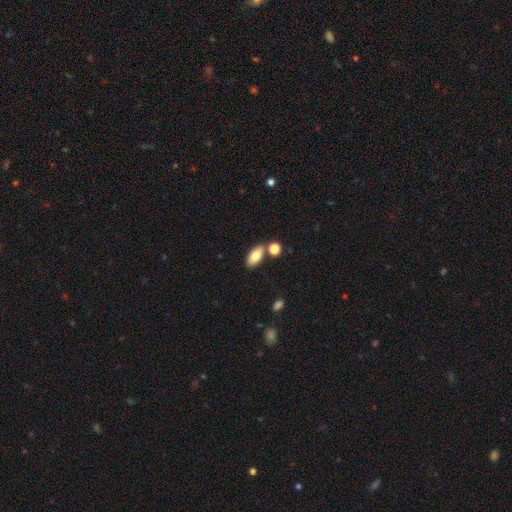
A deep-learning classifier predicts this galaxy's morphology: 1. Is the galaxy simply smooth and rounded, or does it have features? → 78% smooth, 14% featured or disk, 7% star or artifact.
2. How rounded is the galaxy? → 89% in between, 7% cigar-shaped, 5% round.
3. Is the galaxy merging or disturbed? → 72% none, 15% merger, 11% minor disturbance, 3% major disturbance.